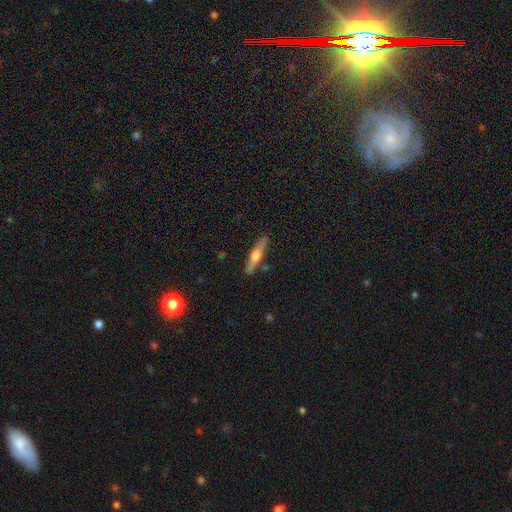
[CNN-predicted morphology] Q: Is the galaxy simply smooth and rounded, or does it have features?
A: featured or disk — 56%.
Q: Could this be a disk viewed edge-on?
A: yes — 94%.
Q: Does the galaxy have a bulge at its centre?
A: rounded — 91%.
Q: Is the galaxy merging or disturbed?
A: none — 87%.